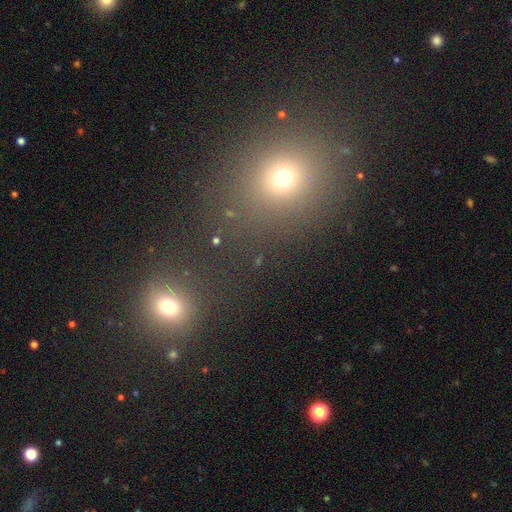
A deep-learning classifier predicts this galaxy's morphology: Smooth or featured? Predicted: smooth (p=0.54). How rounded? Predicted: round (p=0.74). Merging? Predicted: none (p=0.73).